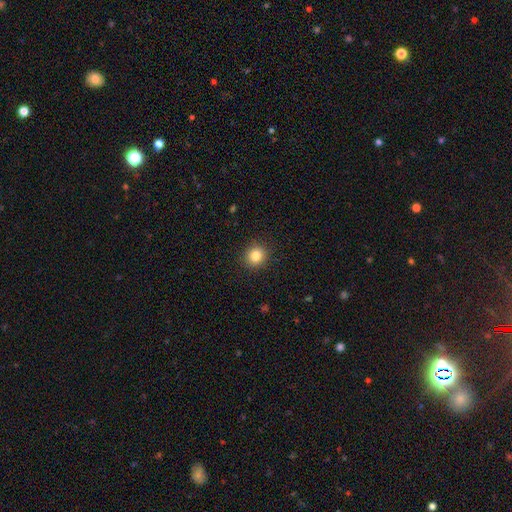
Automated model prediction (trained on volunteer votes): This is clearly a smooth galaxy (84%). How rounded: clearly round (85%). Merging: clearly none (90%).